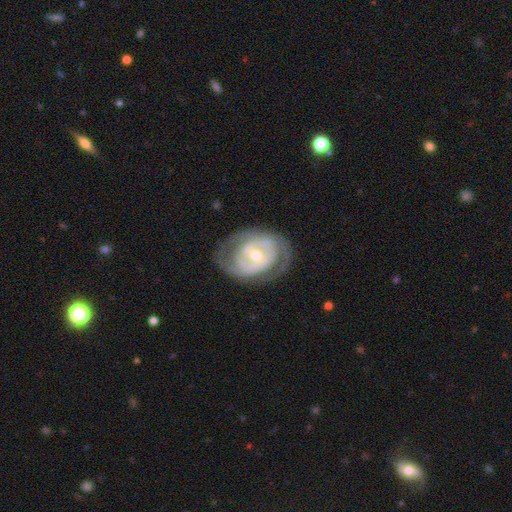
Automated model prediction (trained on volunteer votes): The model was most divided on "bar": no: 58%, weak: 31%, strong: 11%. More confident: edge-on disk — no (97%); smooth or featured — featured or disk (83%); spiral arms — yes (82%); merging — none (74%); bulge size — moderate (65%); spiral arm count — 2 (64%); spiral winding — tight (60%).